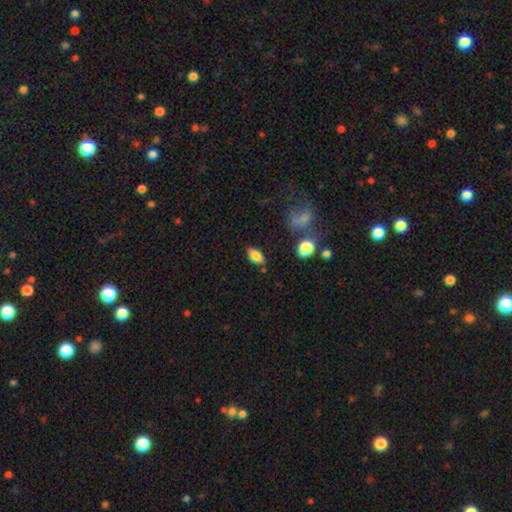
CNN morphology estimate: Smooth or featured? Predicted: smooth (p=0.82). How rounded? Predicted: in between (p=0.90). Merging? Predicted: none (p=0.79).